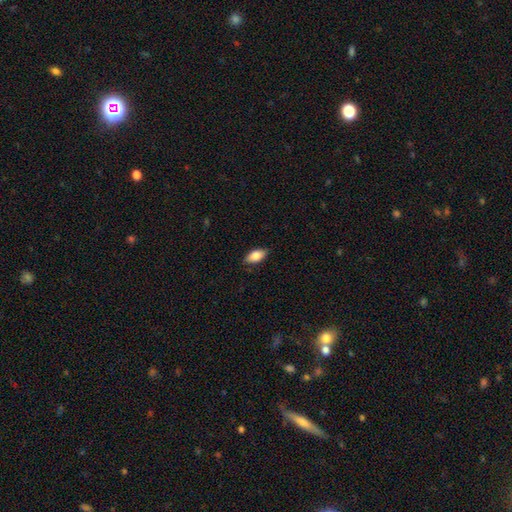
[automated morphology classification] A smooth galaxy with no disk features (83%) that is in between round and cigar-shaped (90%).

Vote fractions:
- Smooth or featured? smooth: 83% / featured or disk: 11% / star or artifact: 7%
- How rounded? in between: 90% / cigar-shaped: 7% / round: 3%
- Merging? none: 85% / minor disturbance: 12% / major disturbance: 2% / merger: 1%